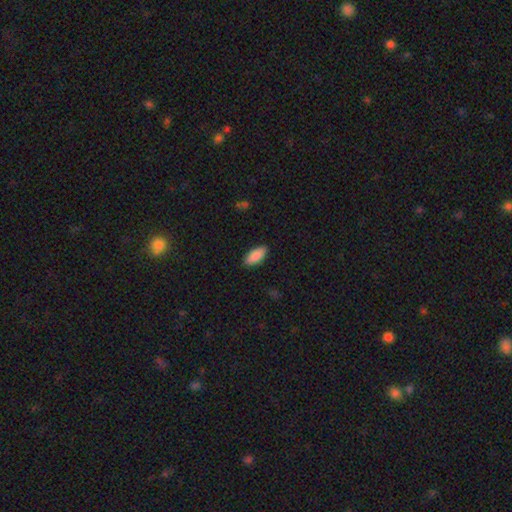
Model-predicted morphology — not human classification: Smooth or featured?
  - smooth: 88% *
  - star or artifact: 6%
  - featured or disk: 6%
How rounded?
  - in between: 89% *
  - cigar-shaped: 9%
  - round: 2%
Merging?
  - none: 88% *
  - minor disturbance: 9%
  - major disturbance: 2%
  - merger: 1%